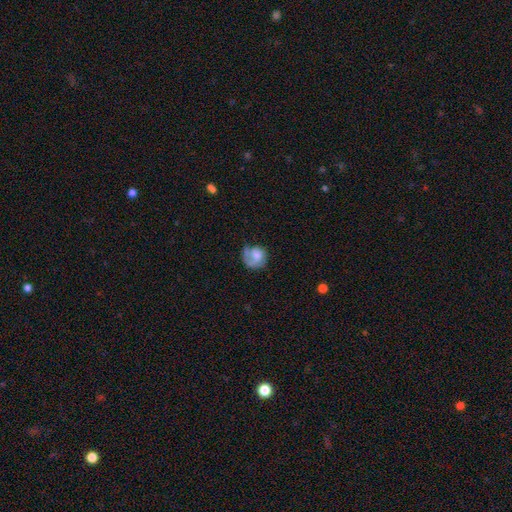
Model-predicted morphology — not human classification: smooth_or_featured: smooth (p=0.53) [alt: featured or disk p=0.39]
how_rounded: round (p=0.71) [alt: in between p=0.28]
merging: none (p=0.40) [alt: major disturbance p=0.31]